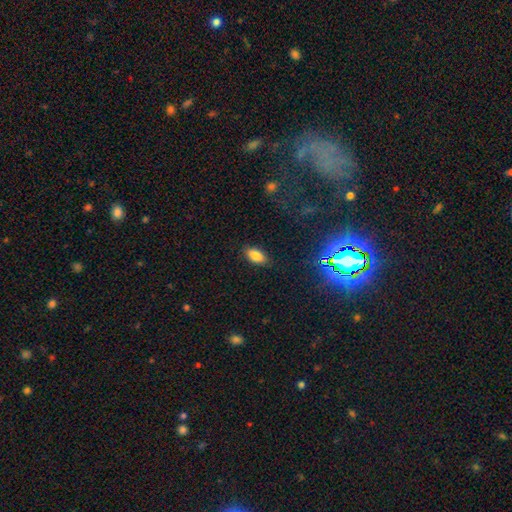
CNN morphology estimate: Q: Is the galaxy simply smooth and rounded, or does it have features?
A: smooth — 83%.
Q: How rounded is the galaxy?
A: in between — 90%.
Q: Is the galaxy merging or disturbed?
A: none — 85%.